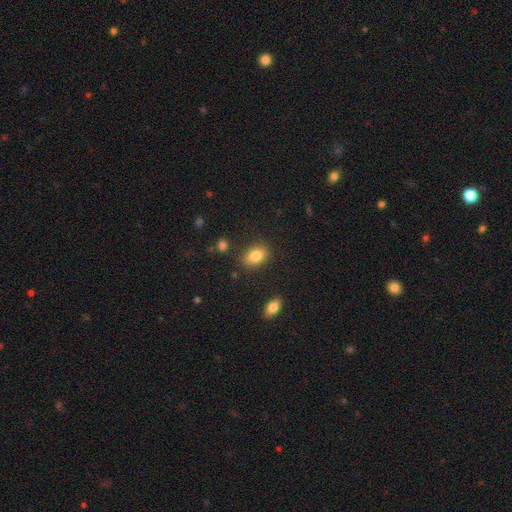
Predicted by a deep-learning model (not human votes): Smooth or featured?
  - smooth: 83% *
  - star or artifact: 9%
  - featured or disk: 9%
How rounded?
  - in between: 82% *
  - round: 16%
  - cigar-shaped: 2%
Merging?
  - none: 84% *
  - minor disturbance: 11%
  - major disturbance: 3%
  - merger: 3%